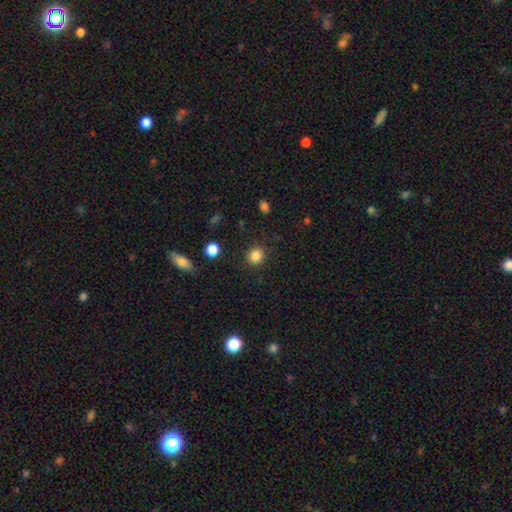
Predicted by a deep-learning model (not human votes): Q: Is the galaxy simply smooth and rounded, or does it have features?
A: smooth — 85%.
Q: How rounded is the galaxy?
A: round — 85%.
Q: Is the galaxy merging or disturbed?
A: none — 88%.